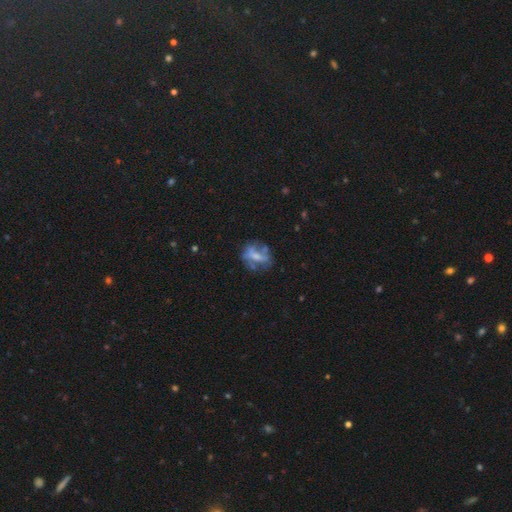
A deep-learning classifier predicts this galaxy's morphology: Q: Smooth or featured?
A: featured or disk (52%); runner-up: smooth (36%)
Q: Edge-on disk?
A: no (92%); runner-up: yes (8%)
Q: Merging?
A: none (49%); runner-up: minor disturbance (22%)